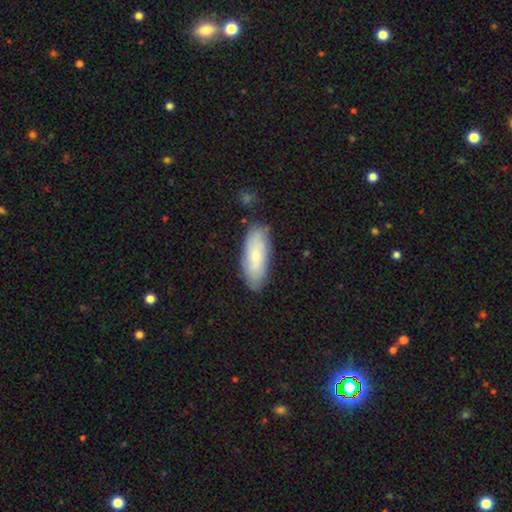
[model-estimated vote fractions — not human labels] A smooth galaxy with no disk features (67%) that is in between round and cigar-shaped (75%).

Vote fractions:
- Smooth or featured? smooth: 67% / featured or disk: 27% / star or artifact: 6%
- How rounded? in between: 75% / cigar-shaped: 23% / round: 2%
- Merging? none: 80% / minor disturbance: 15% / major disturbance: 3% / merger: 2%